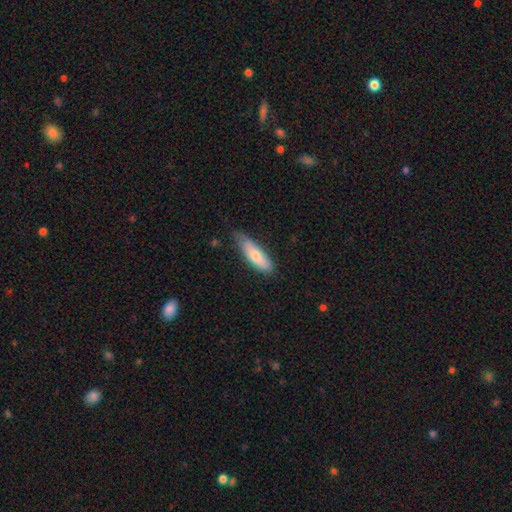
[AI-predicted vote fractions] A smooth galaxy with no disk features (74%) that is cigar-shaped (51%). Merging: none (63%).